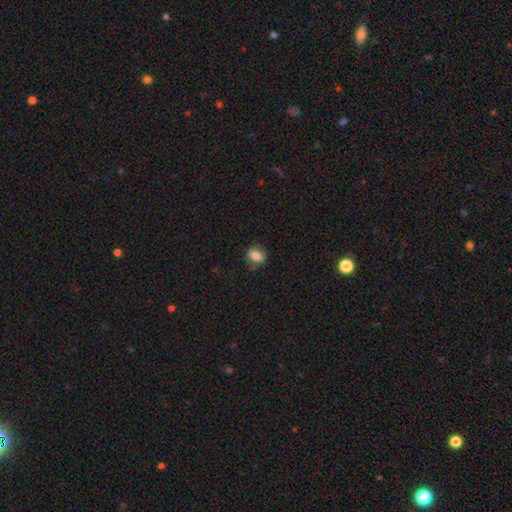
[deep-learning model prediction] smooth_or_featured: smooth (p=0.79) [alt: featured or disk p=0.11]
how_rounded: in between (p=0.62) [alt: round p=0.36]
merging: none (p=0.72) [alt: minor disturbance p=0.21]